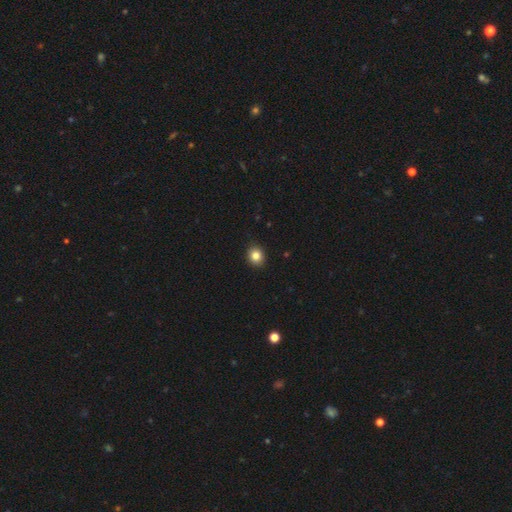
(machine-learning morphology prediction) smooth-or-featured: smooth: 85% | star or artifact: 10% | featured or disk: 5%
  how-rounded: round: 73% | in between: 26% | cigar-shaped: 1%
  merging: none: 90% | minor disturbance: 7% | major disturbance: 2% | merger: 1%